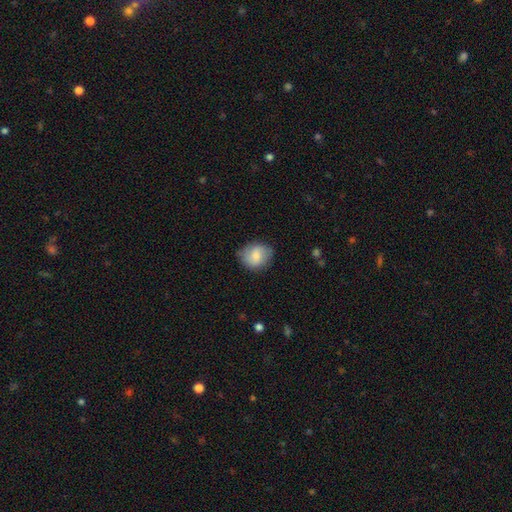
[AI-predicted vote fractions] Q: Smooth or featured?
A: smooth (69%); runner-up: featured or disk (24%)
Q: How rounded?
A: round (67%); runner-up: in between (32%)
Q: Merging?
A: none (75%); runner-up: minor disturbance (19%)